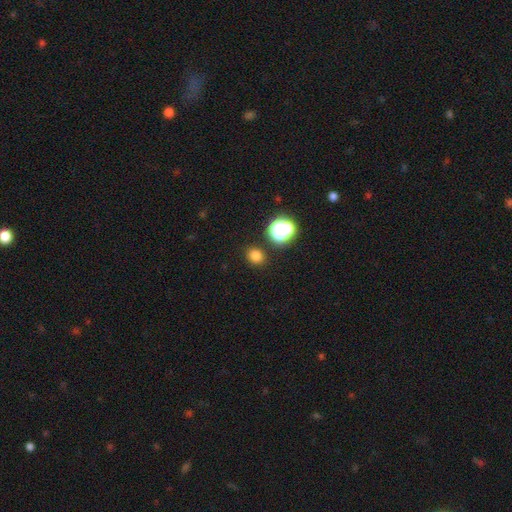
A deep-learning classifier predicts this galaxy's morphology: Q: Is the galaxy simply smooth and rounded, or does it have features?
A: smooth — 75%.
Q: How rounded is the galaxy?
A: round — 72%.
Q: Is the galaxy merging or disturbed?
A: none — 87%.